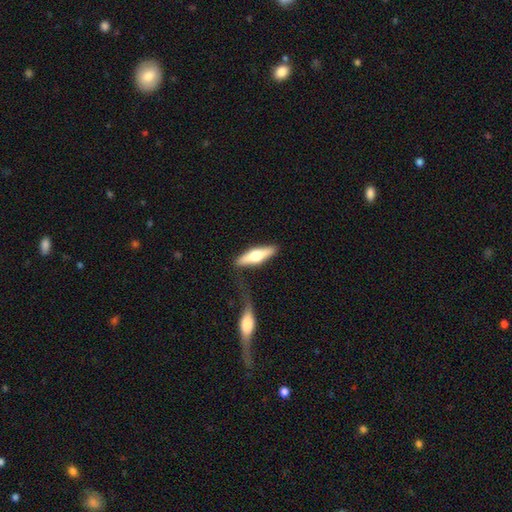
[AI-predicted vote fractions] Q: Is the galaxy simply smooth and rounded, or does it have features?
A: featured or disk — 48%.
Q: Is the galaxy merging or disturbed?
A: none — 68%.